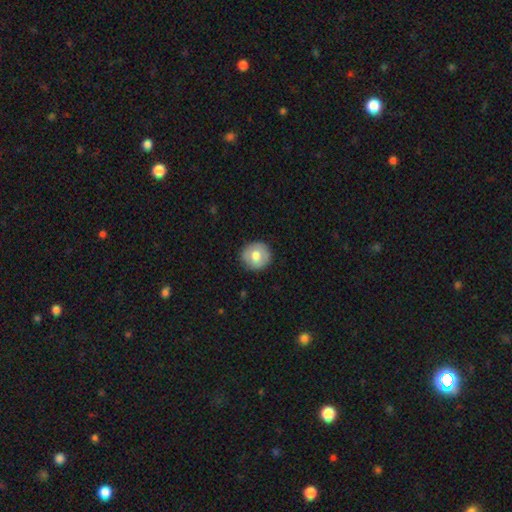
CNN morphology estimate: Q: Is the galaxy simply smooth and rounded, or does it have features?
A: smooth — 68%.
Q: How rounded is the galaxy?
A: round — 92%.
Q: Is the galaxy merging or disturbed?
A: none — 86%.